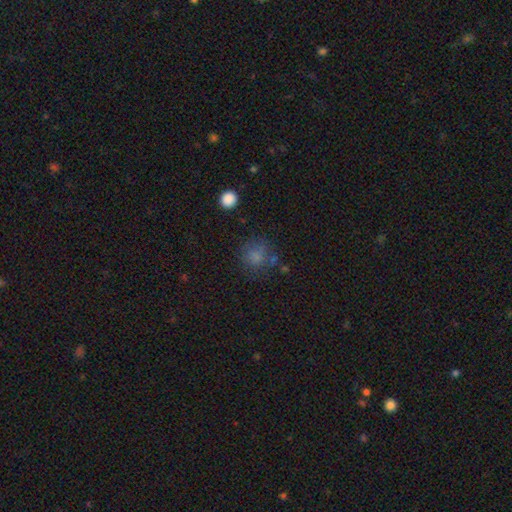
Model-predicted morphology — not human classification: smooth-or-featured: smooth: 74% | star or artifact: 16% | featured or disk: 9%
  how-rounded: round: 86% | in between: 13% | cigar-shaped: 1%
  merging: none: 67% | minor disturbance: 17% | major disturbance: 9% | merger: 7%